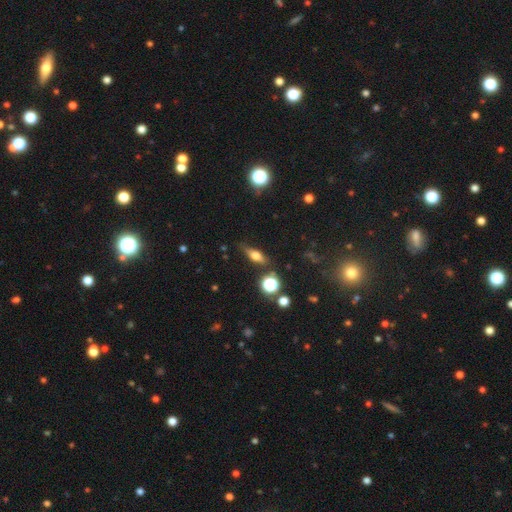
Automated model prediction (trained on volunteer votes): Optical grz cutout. It shows a smooth galaxy with no disk features (55%) that is in between round and cigar-shaped (55%). Merging: none (73%).